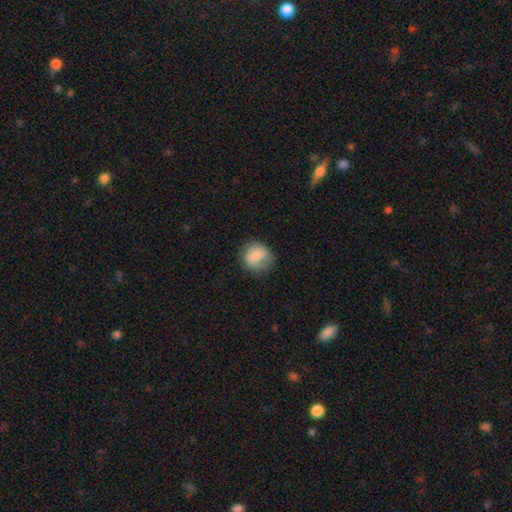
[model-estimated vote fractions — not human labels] smooth-or-featured: smooth: 74% | featured or disk: 19% | star or artifact: 7%
  how-rounded: round: 81% | in between: 18% | cigar-shaped: 1%
  merging: none: 72% | minor disturbance: 20% | major disturbance: 7% | merger: 1%